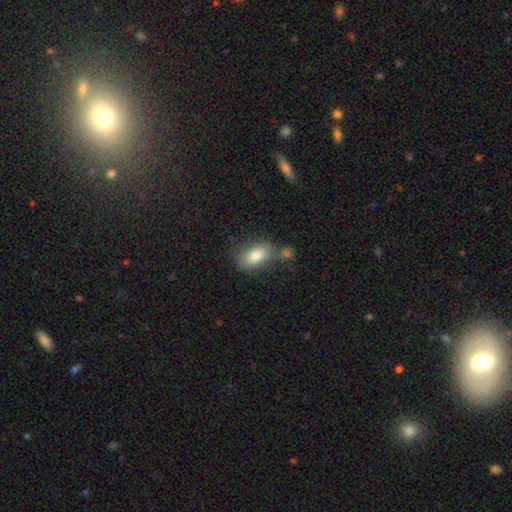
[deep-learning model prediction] The model was most divided on "merging": none: 54%, merger: 21%, minor disturbance: 19%, major disturbance: 7%. More confident: how rounded — in between (89%); smooth or featured — smooth (81%).